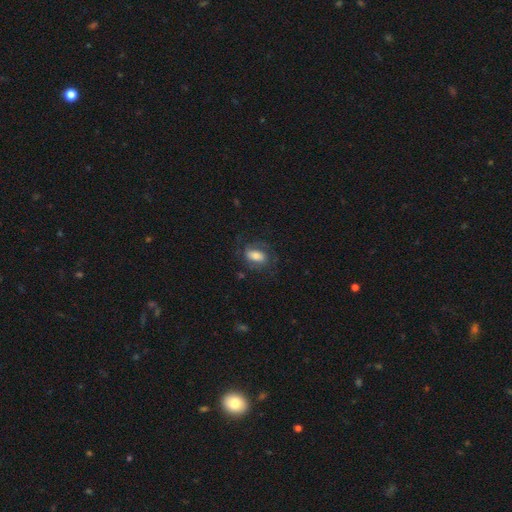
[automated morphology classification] smooth_or_featured: smooth (p=0.52) [alt: featured or disk p=0.40]
how_rounded: in between (p=0.86) [alt: round p=0.11]
merging: none (p=0.62) [alt: minor disturbance p=0.20]